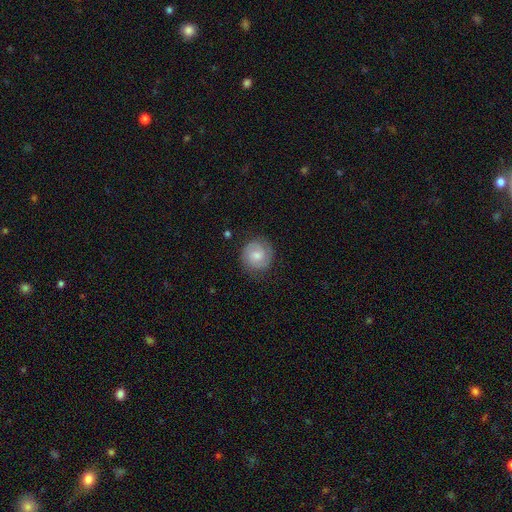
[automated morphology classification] Q: Smooth or featured?
A: featured or disk (51%); runner-up: smooth (41%)
Q: Edge-on disk?
A: no (98%); runner-up: yes (2%)
Q: Bar?
A: no (61%); runner-up: weak (34%)
Q: Spiral arms?
A: yes (88%); runner-up: no (12%)
Q: Bulge size?
A: moderate (53%); runner-up: small (33%)
Q: Merging?
A: none (84%); runner-up: minor disturbance (12%)